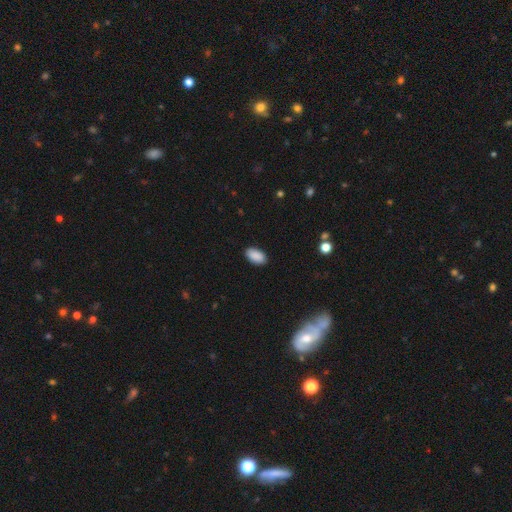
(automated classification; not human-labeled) Smooth or featured? Predicted: smooth (p=0.90). How rounded? Predicted: in between (p=0.95). Merging? Predicted: none (p=0.89).